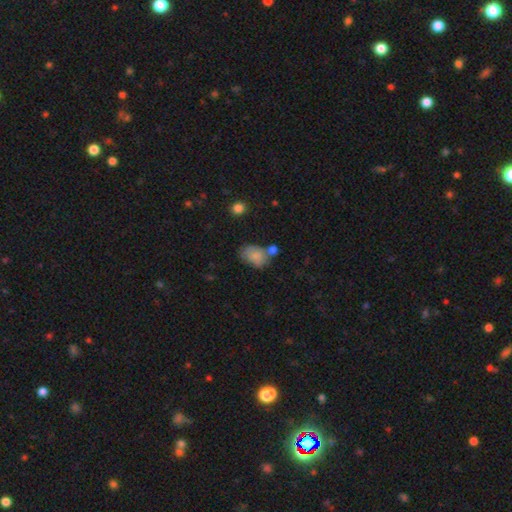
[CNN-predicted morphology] A smooth galaxy with no disk features (81%) that is in between round and cigar-shaped (81%).

Vote fractions:
- Smooth or featured? smooth: 81% / featured or disk: 10% / star or artifact: 9%
- How rounded? in between: 81% / round: 18% / cigar-shaped: 1%
- Merging? none: 48% / minor disturbance: 26% / merger: 17% / major disturbance: 9%